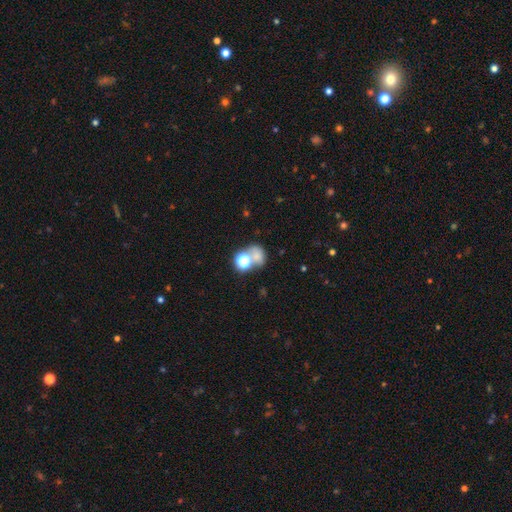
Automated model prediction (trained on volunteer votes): Smooth or featured?
  - smooth: 63% *
  - star or artifact: 23%
  - featured or disk: 13%
How rounded?
  - round: 58% *
  - in between: 41%
  - cigar-shaped: 1%
Merging?
  - merger: 42% *
  - none: 38%
  - minor disturbance: 11%
  - major disturbance: 9%